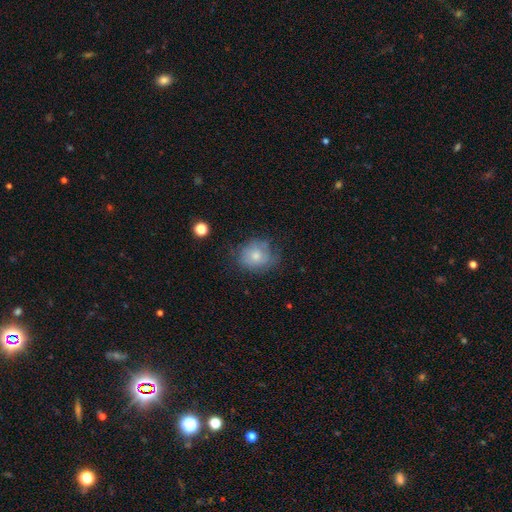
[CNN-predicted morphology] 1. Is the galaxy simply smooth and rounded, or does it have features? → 67% smooth, 25% featured or disk, 9% star or artifact.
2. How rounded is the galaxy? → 65% round, 34% in between, 1% cigar-shaped.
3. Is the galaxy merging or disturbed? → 56% none, 29% minor disturbance, 12% major disturbance, 2% merger.